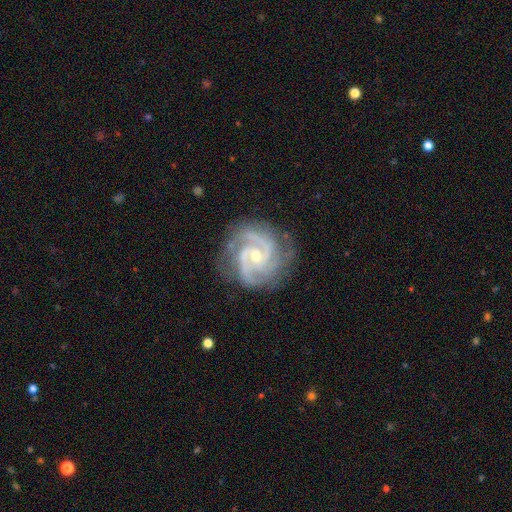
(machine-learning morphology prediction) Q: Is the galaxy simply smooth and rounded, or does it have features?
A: featured or disk — 93%.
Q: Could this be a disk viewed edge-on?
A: no — 98%.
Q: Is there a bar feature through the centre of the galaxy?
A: no — 58%.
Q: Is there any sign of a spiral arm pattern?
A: yes — 99%.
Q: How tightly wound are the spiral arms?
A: tight — 54%.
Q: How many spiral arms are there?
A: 3 — 45%.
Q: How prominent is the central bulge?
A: small — 56%.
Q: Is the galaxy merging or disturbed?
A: none — 80%.